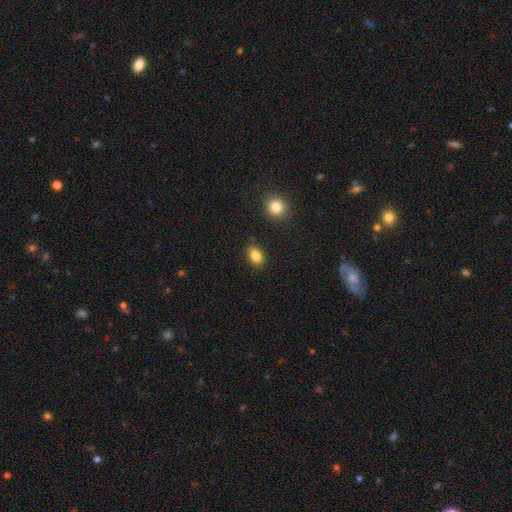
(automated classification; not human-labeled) smooth_or_featured: smooth (p=0.84) [alt: star or artifact p=0.09]
how_rounded: in between (p=0.84) [alt: round p=0.15]
merging: none (p=0.86) [alt: minor disturbance p=0.09]